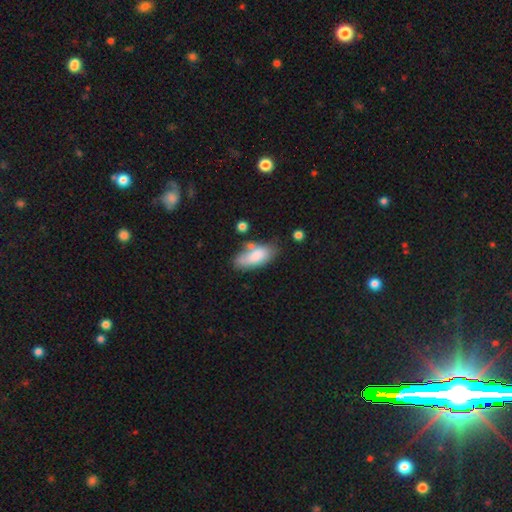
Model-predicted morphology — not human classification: Smooth or featured?
  - smooth: 78% *
  - featured or disk: 15%
  - star or artifact: 7%
How rounded?
  - in between: 86% *
  - cigar-shaped: 12%
  - round: 2%
Merging?
  - none: 50% *
  - minor disturbance: 25%
  - merger: 16%
  - major disturbance: 9%